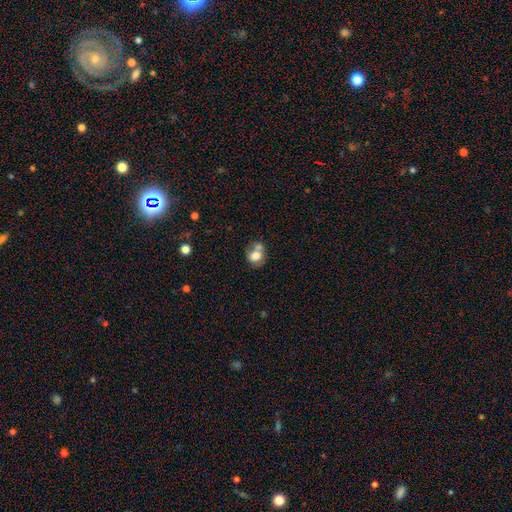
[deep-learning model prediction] This is likely a smooth galaxy (72%). How rounded: likely round (66%). Merging: marginally none (42%).